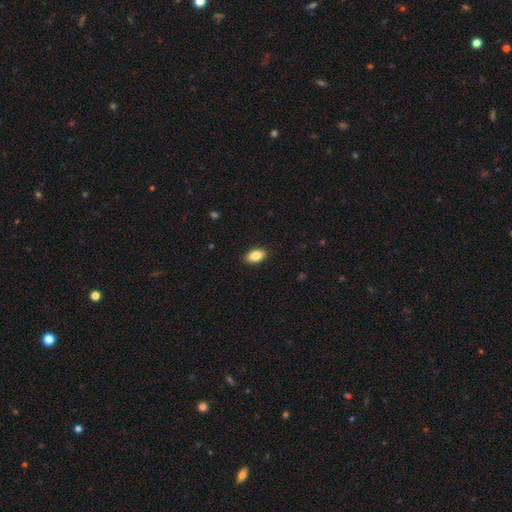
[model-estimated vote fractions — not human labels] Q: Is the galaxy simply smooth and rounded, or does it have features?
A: smooth — 86%.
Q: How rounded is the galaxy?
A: in between — 92%.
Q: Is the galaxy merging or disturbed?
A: none — 90%.